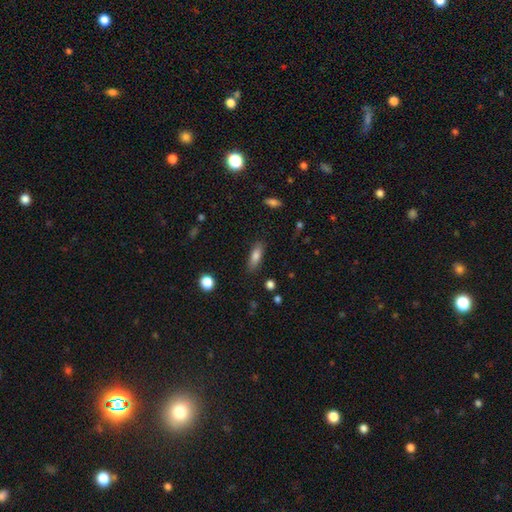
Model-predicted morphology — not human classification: Smooth or featured?
  - smooth: 79% *
  - featured or disk: 13%
  - star or artifact: 8%
How rounded?
  - in between: 63% *
  - cigar-shaped: 34%
  - round: 3%
Merging?
  - none: 81% *
  - minor disturbance: 14%
  - major disturbance: 3%
  - merger: 2%